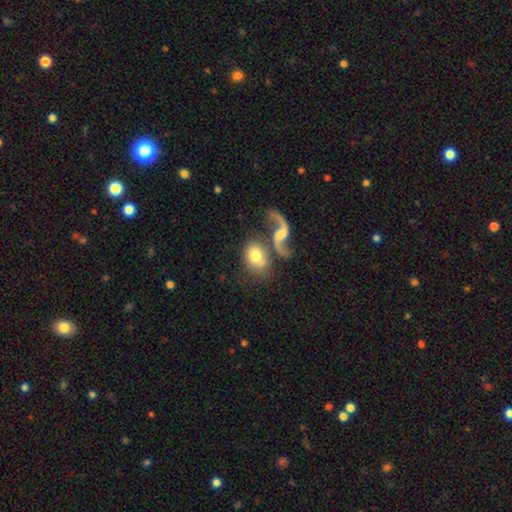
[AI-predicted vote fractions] A smooth galaxy with no disk features (55%) that is in between round and cigar-shaped (63%). Merging: none (43%).